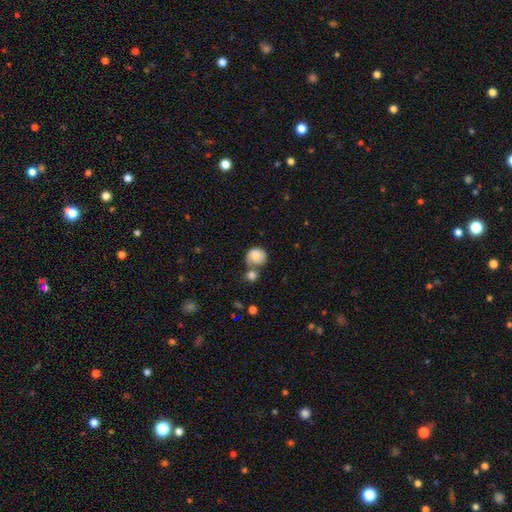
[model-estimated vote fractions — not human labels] smooth 80%, featured or disk 13%, star or artifact 8%. Down the decision tree: how rounded — round (77%); merging — merger (38%, tied with none).